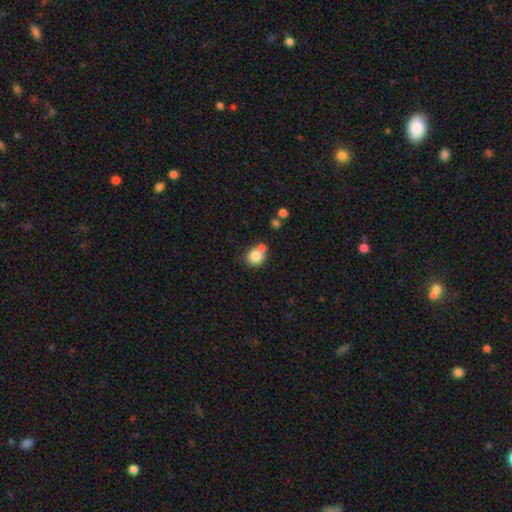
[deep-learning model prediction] smooth 81%, star or artifact 10%, featured or disk 9%. Down the decision tree: how rounded — round (81%); merging — none (54%).